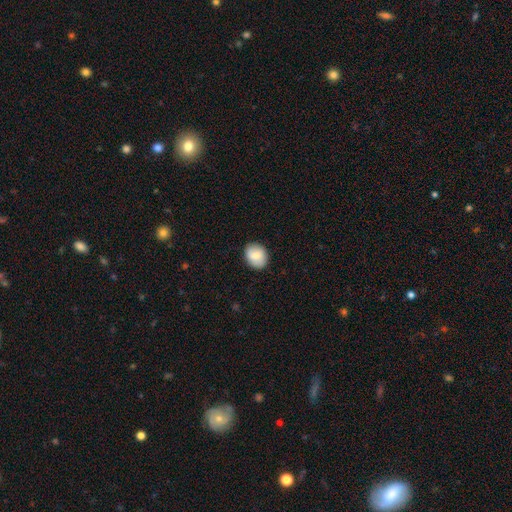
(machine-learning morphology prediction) type=smooth (78%); roundness=in between (51%); merging=none (86%).